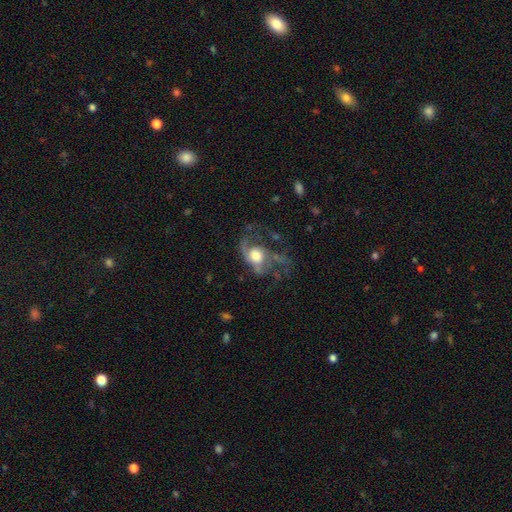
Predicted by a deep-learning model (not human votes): Smooth or featured? Predicted: featured or disk (p=0.69). Edge-on disk? Predicted: no (p=0.96). Bar? Predicted: no (p=0.76). Spiral arms? Predicted: yes (p=0.79). Spiral winding? Predicted: loose (p=0.46). Spiral arm count? Predicted: 2 (p=0.42). Bulge size? Predicted: large (p=0.50). Merging? Predicted: major disturbance (p=0.47).